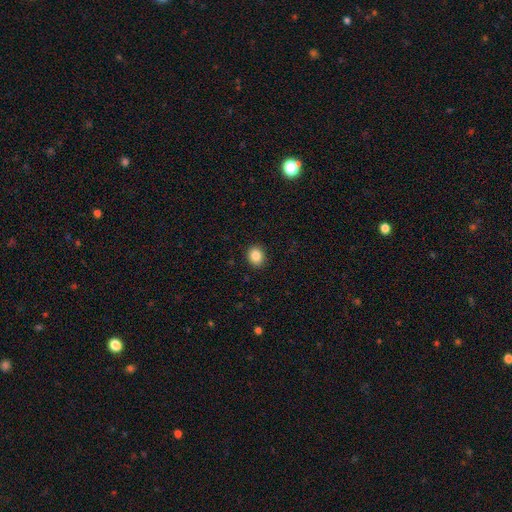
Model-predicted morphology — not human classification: smooth-or-featured: smooth: 86% | star or artifact: 9% | featured or disk: 4%
  how-rounded: round: 70% | in between: 29% | cigar-shaped: 1%
  merging: none: 91% | minor disturbance: 6% | major disturbance: 2% | merger: 1%